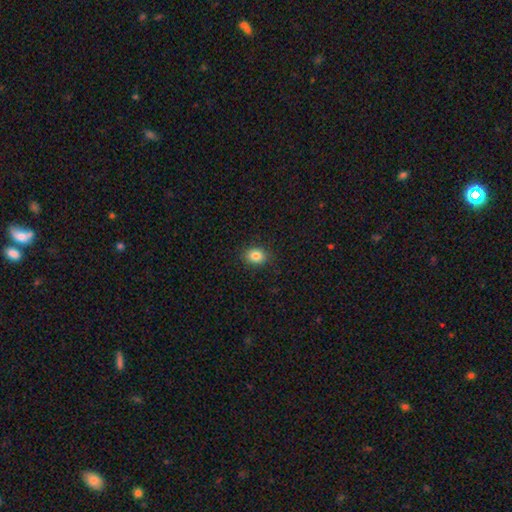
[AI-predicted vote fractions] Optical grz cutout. It shows a smooth galaxy with no disk features (84%) that is in between round and cigar-shaped (56%). Merging: none (88%).